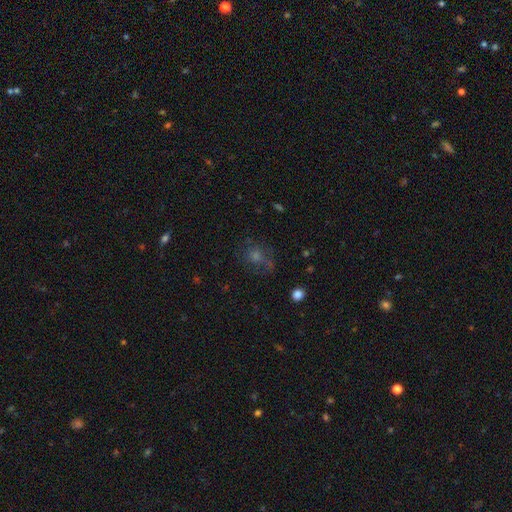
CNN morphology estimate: The model was most divided on "smooth or featured": smooth: 43%, star or artifact: 31%, featured or disk: 26%. More confident: merging — none (61%).